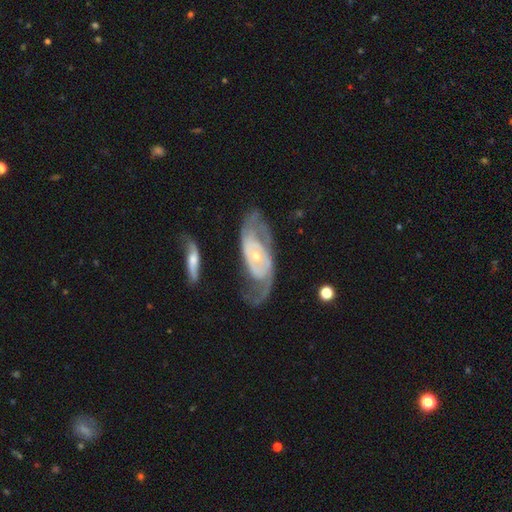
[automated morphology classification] Smooth or featured? Predicted: featured or disk (p=0.85). Edge-on disk? Predicted: no (p=0.93). Bar? Predicted: no (p=0.69). Spiral arms? Predicted: yes (p=0.90). Spiral winding? Predicted: medium (p=0.39, tied with tight). Spiral arm count? Predicted: 2 (p=0.66). Bulge size? Predicted: small (p=0.66). Merging? Predicted: none (p=0.52).